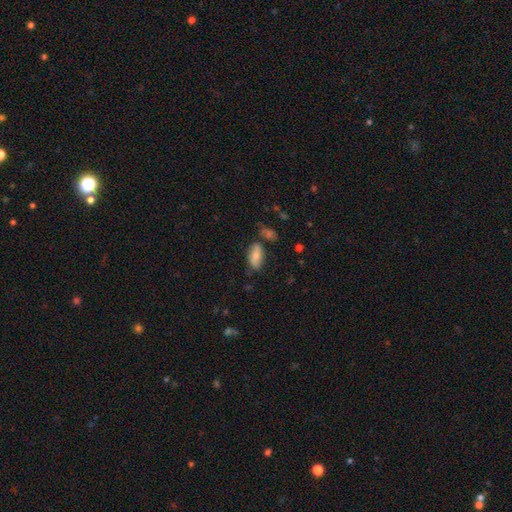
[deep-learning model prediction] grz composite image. It shows a smooth galaxy with no disk features (76%) that is in between round and cigar-shaped (88%). Merging: none (70%).